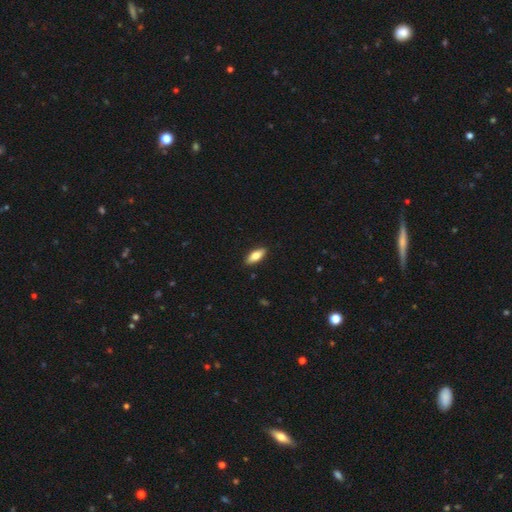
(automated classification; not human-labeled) A smooth galaxy with no disk features (78%) that is in between round and cigar-shaped (76%). Merging: none (90%).